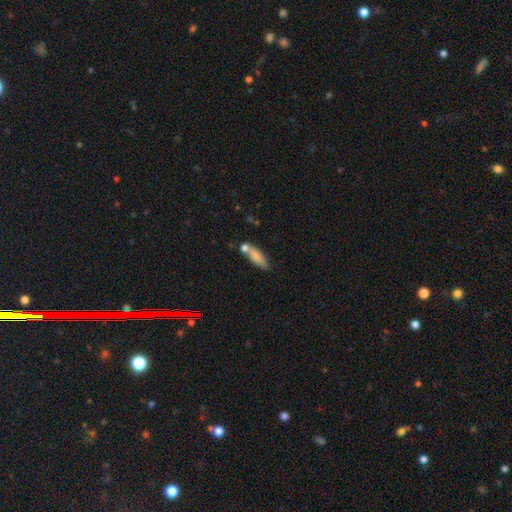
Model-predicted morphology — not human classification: A smooth galaxy with no disk features (80%) that is in between round and cigar-shaped (50%). Merging: none (56%).